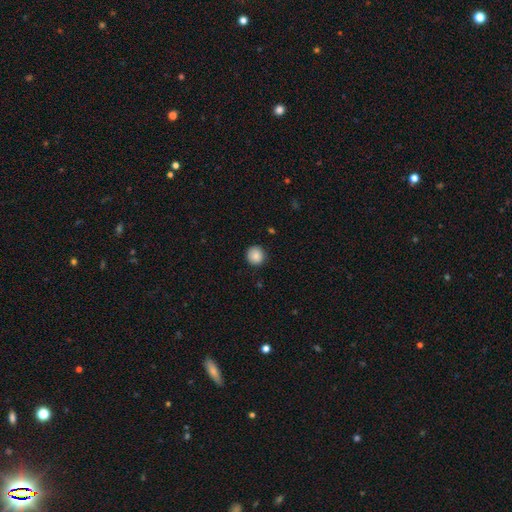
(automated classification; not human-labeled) Smooth or featured? smooth (86%)
How rounded? round (94%)
Merging? none (90%)